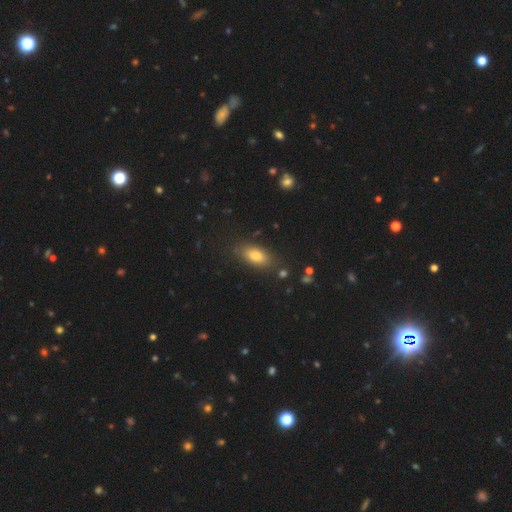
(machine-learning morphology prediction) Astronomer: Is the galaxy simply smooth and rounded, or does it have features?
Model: smooth — 78%.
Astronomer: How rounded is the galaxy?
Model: in between — 84%.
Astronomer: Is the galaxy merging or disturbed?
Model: none — 83%.